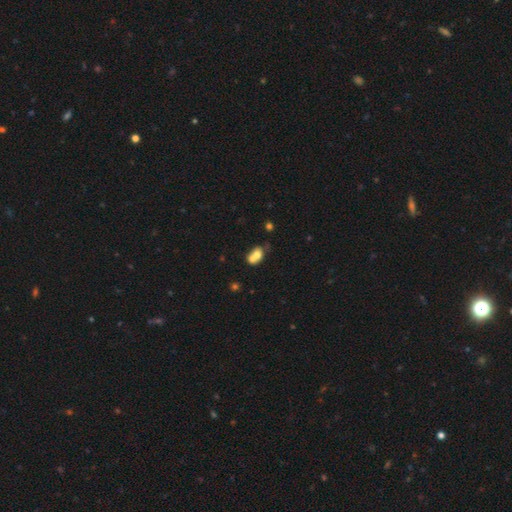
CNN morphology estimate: A smooth galaxy with no disk features (66%) that is in between round and cigar-shaped (60%). Merging: merger (64%).